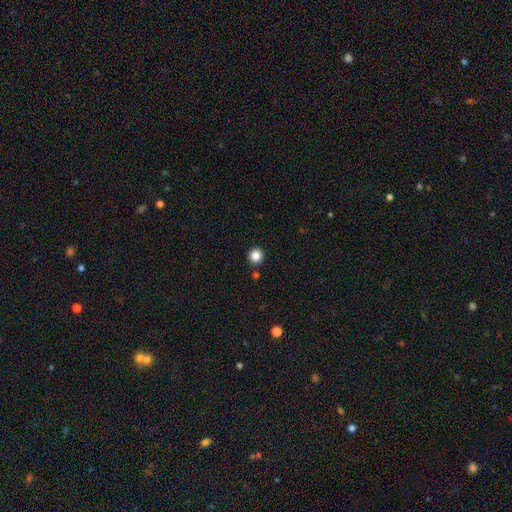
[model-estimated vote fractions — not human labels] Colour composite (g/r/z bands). It shows a smooth galaxy with no disk features (85%) that is round (92%). Merging: none (90%).